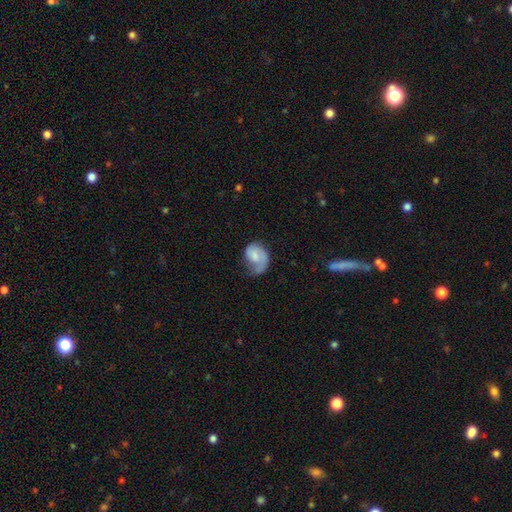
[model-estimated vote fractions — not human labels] Overall: smooth (49%; featured or disk 44%). Merging: minor disturbance (33%, tied with major disturbance).